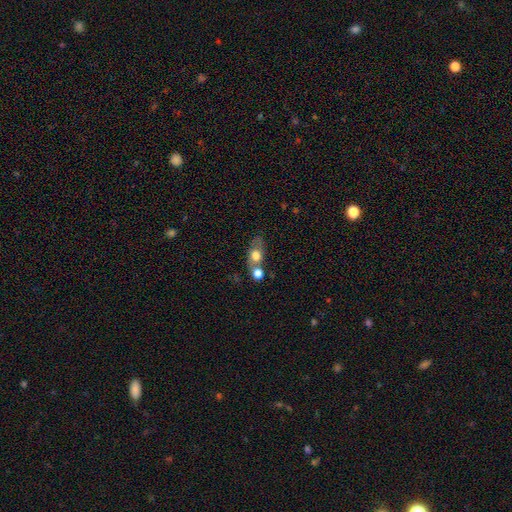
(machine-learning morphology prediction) Smooth or featured?
  - smooth: 63% *
  - featured or disk: 28%
  - star or artifact: 9%
How rounded?
  - in between: 64% *
  - round: 29%
  - cigar-shaped: 7%
Merging?
  - none: 47% *
  - merger: 32%
  - minor disturbance: 14%
  - major disturbance: 7%